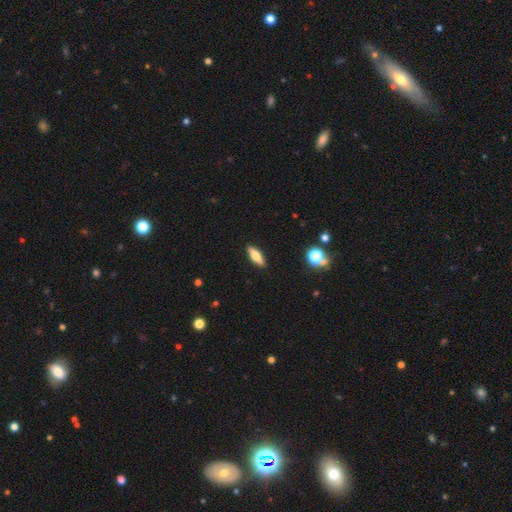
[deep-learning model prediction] smooth_or_featured: smooth (p=0.58) [alt: featured or disk p=0.34]
how_rounded: in between (p=0.51) [alt: cigar-shaped p=0.46]
merging: none (p=0.90) [alt: minor disturbance p=0.07]